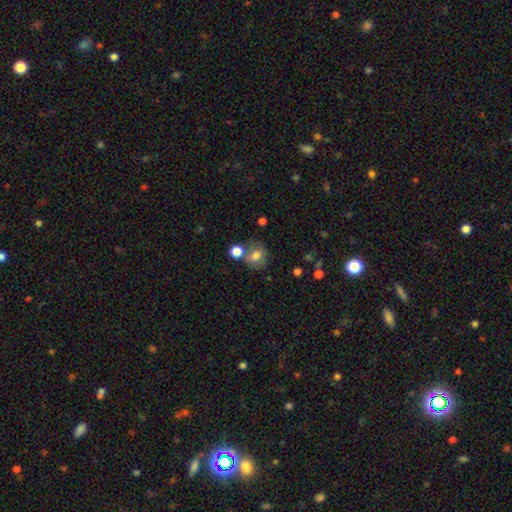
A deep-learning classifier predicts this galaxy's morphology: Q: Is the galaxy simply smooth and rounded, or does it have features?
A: smooth — 71%.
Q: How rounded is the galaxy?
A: round — 56%.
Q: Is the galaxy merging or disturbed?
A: none — 49%.